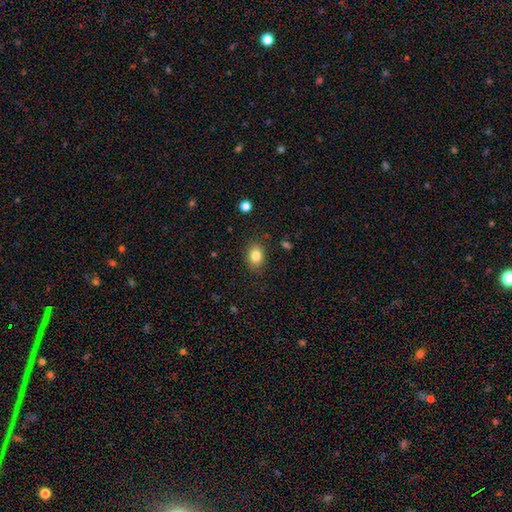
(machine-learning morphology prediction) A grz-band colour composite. It shows a smooth galaxy with no disk features (83%) that is in between round and cigar-shaped (65%). Merging: none (84%).